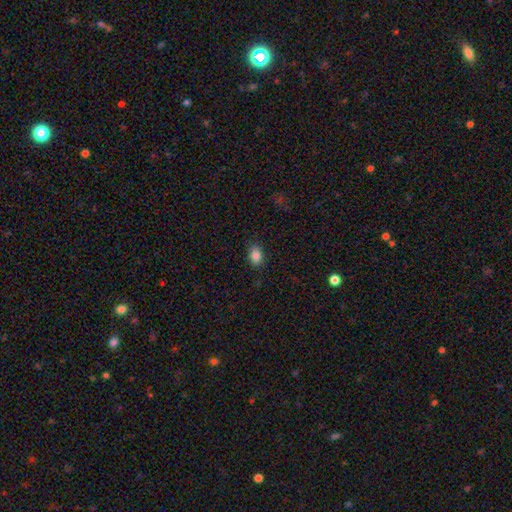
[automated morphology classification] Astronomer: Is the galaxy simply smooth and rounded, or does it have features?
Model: smooth — 85%.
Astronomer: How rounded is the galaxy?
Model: in between — 76%.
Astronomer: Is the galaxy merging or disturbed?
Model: none — 84%.